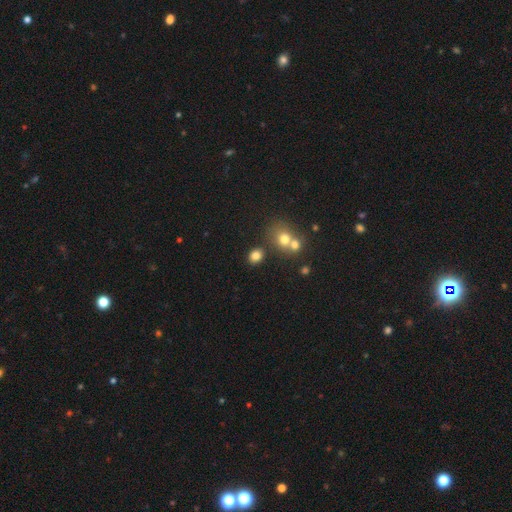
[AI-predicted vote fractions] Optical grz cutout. It shows a smooth galaxy with no disk features (79%) that is round (61%). Merging: none (72%).